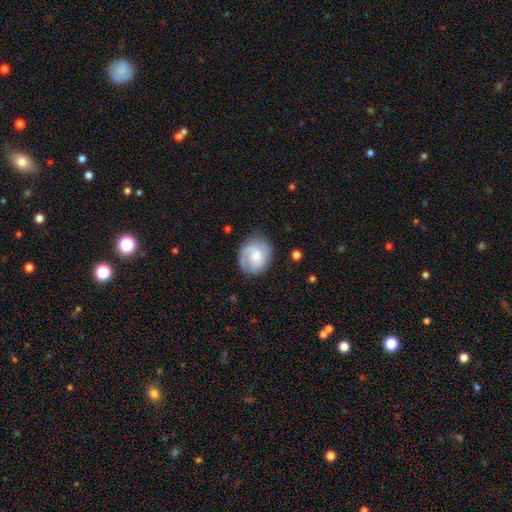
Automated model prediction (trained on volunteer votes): Smooth or featured?
  - featured or disk: 63% *
  - smooth: 31%
  - star or artifact: 6%
Edge-on disk?
  - no: 98% *
  - yes: 2%
Bar?
  - no: 57% *
  - weak: 37%
  - strong: 6%
Spiral arms?
  - yes: 91% *
  - no: 9%
Spiral winding?
  - medium: 42% *
  - tight: 40%
  - loose: 18%
Spiral arm count?
  - 2: 52% *
  - 1: 23%
  - can't tell: 15%
  - 3: 7%
  - 4: 2%
  - more than 4: 2%
Bulge size?
  - moderate: 43% *
  - small: 31%
  - large: 14%
  - none: 10%
  - dominant: 2%
Merging?
  - none: 72% *
  - minor disturbance: 18%
  - major disturbance: 8%
  - merger: 2%